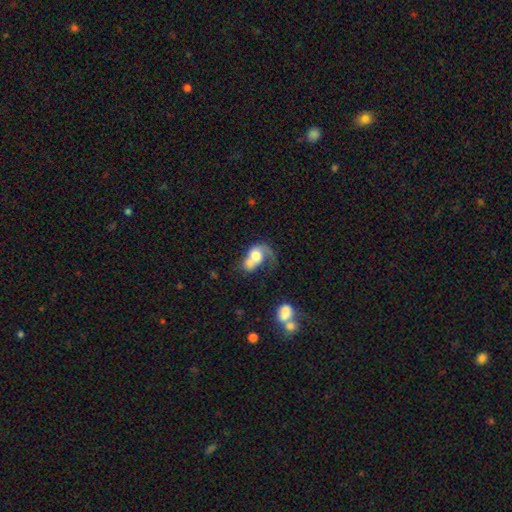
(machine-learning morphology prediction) smooth 49%, featured or disk 43%, star or artifact 8%. Down the decision tree: merging — merger (56%).